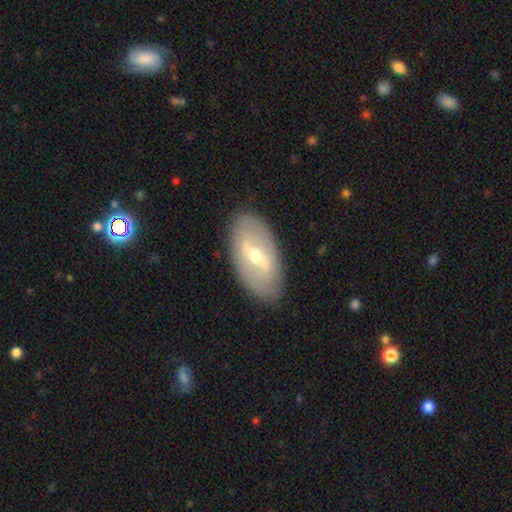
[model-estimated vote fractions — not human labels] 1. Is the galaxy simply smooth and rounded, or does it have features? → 68% featured or disk, 26% smooth, 6% star or artifact.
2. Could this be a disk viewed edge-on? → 88% no, 12% yes.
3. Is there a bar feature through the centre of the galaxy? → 48% strong, 41% weak, 10% no.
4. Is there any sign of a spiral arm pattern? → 58% no, 42% yes.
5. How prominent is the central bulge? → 58% moderate, 37% small, 3% large, 1% none, 1% dominant.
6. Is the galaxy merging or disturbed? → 86% none, 10% minor disturbance, 3% major disturbance, 1% merger.